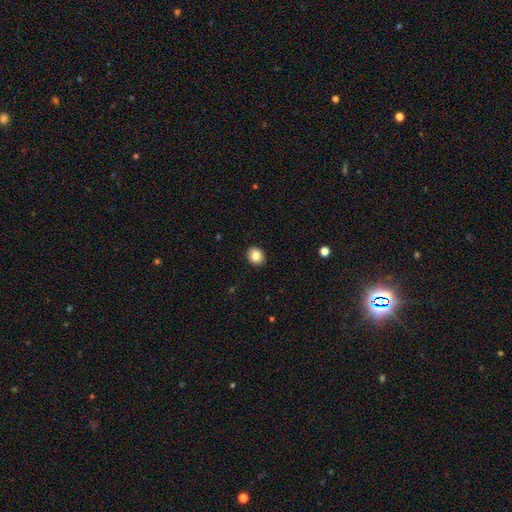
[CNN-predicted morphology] Smooth or featured: smooth — 85% (star or artifact — 9%)
How rounded: round — 64% (in between — 35%)
Merging: none — 91% (minor disturbance — 6%)